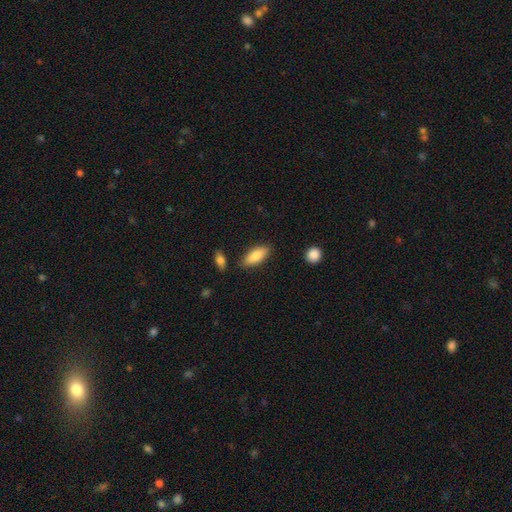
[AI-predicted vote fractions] smooth-or-featured: smooth: 83% | featured or disk: 10% | star or artifact: 6%
  how-rounded: in between: 80% | cigar-shaped: 18% | round: 2%
  merging: none: 82% | minor disturbance: 12% | merger: 3% | major disturbance: 3%